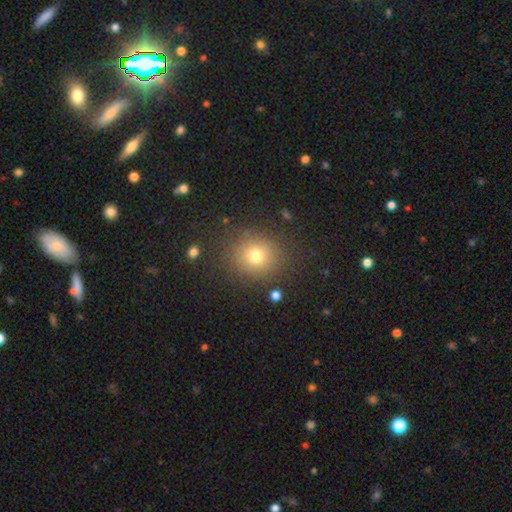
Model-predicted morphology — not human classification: The model was most divided on "smooth or featured": smooth: 74%, star or artifact: 16%, featured or disk: 10%. More confident: merging — none (85%); how rounded — round (83%).